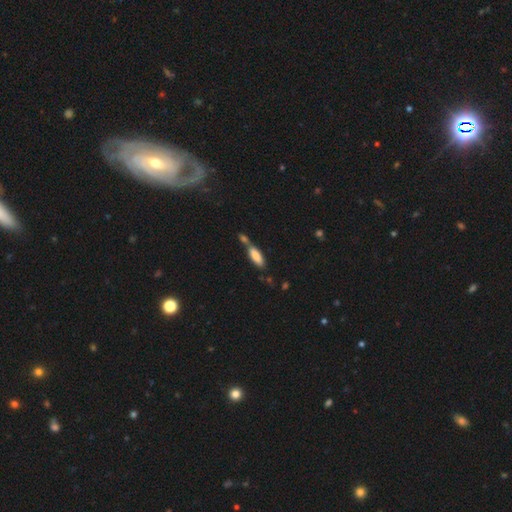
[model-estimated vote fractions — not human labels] Overall: smooth (80%). How rounded: in between (60%; cigar-shaped 38%). Merging: none (43%; merger 40%).